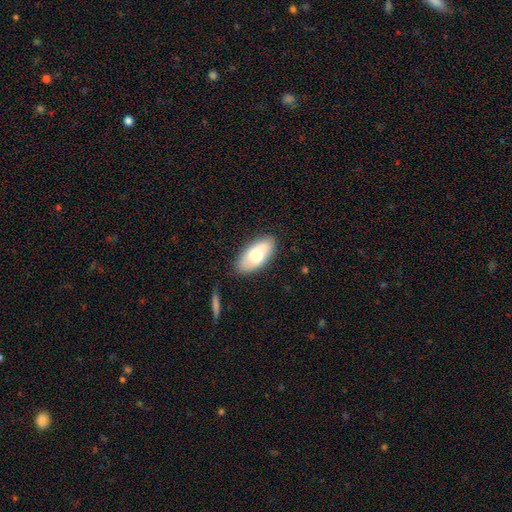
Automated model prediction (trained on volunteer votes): Overall: smooth (67%; featured or disk 27%). How rounded: in between (92%). Merging: none (83%).